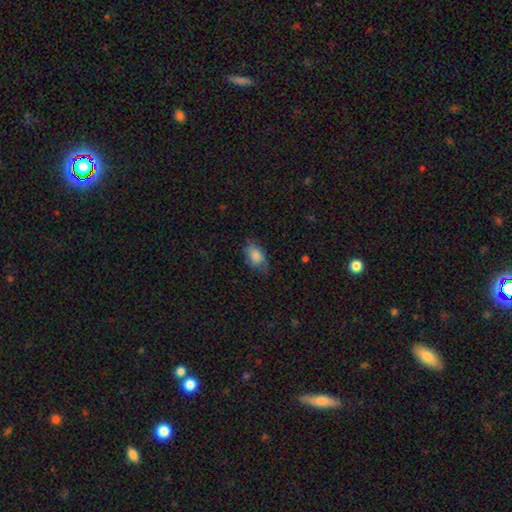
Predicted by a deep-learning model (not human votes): The model was most divided on "merging": none: 61%, minor disturbance: 29%, major disturbance: 9%, merger: 1%. More confident: how rounded — in between (87%); smooth or featured — smooth (81%).